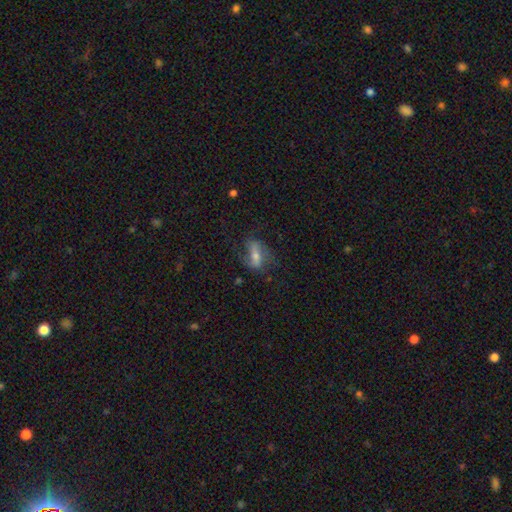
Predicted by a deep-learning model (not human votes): A featured or disk galaxy (56%). Merging: none (64%).